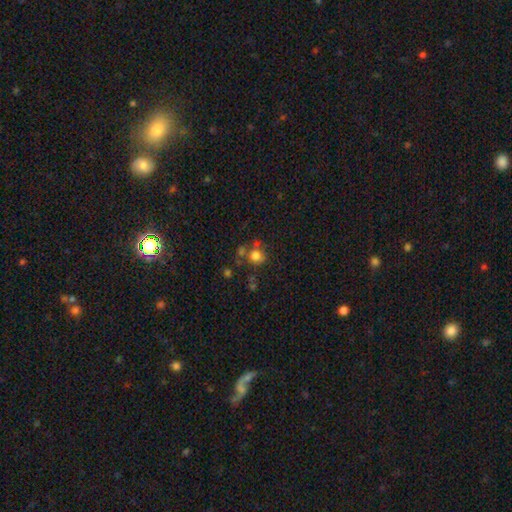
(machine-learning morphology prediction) The model was most divided on "merging": none: 53%, merger: 23%, minor disturbance: 15%, major disturbance: 9%. More confident: how rounded — round (78%); smooth or featured — smooth (74%).